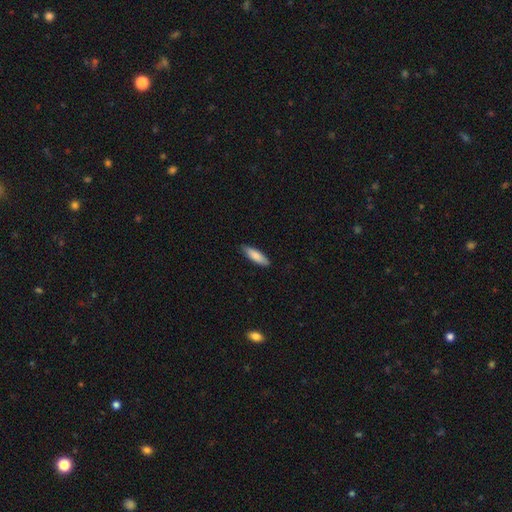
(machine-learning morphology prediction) Smooth or featured? smooth (84%)
How rounded? cigar-shaped (54%)
Merging? none (84%)